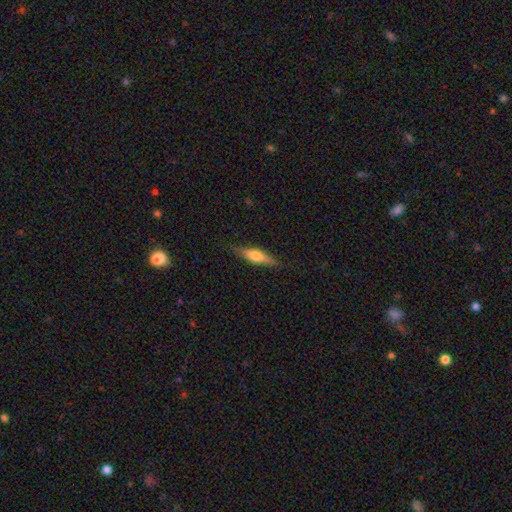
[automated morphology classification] type=smooth (48%); merging=none (84%).